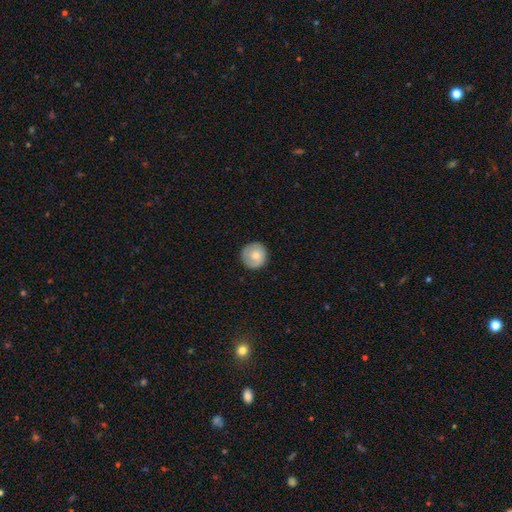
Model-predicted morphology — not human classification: This appears to be a smooth galaxy with no disk features (67%) that is round (94%). Merging: none (85%).